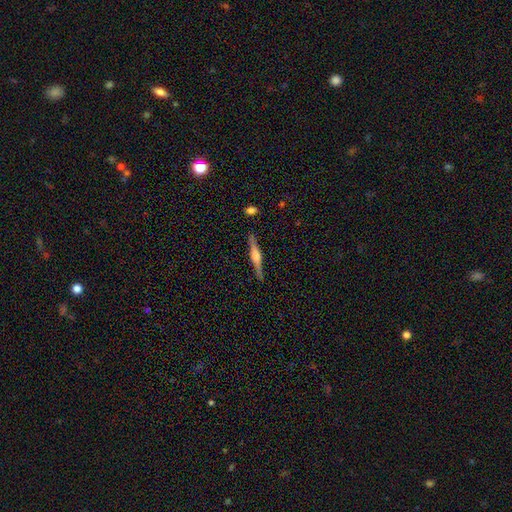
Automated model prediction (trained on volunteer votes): The model was most divided on "smooth or featured": featured or disk: 72%, smooth: 22%, star or artifact: 6%. More confident: edge-on disk — yes (98%); merging — none (90%); edge-on bulge — rounded (73%).